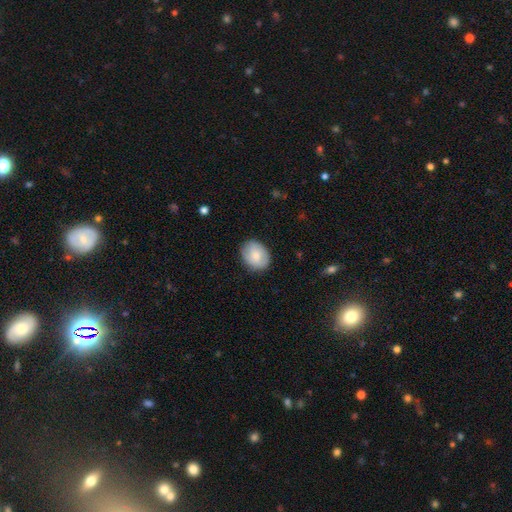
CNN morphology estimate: A smooth galaxy with no disk features (77%) that is in between round and cigar-shaped (54%).

Vote fractions:
- Smooth or featured? smooth: 77% / featured or disk: 17% / star or artifact: 6%
- How rounded? in between: 54% / round: 45% / cigar-shaped: 1%
- Merging? none: 84% / minor disturbance: 12% / major disturbance: 3% / merger: 1%